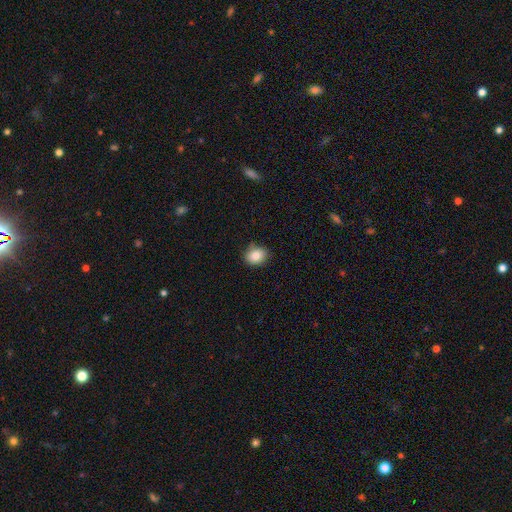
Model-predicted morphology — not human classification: smooth 84%, star or artifact 9%, featured or disk 7%. Down the decision tree: how rounded — round (57%); merging — none (77%).